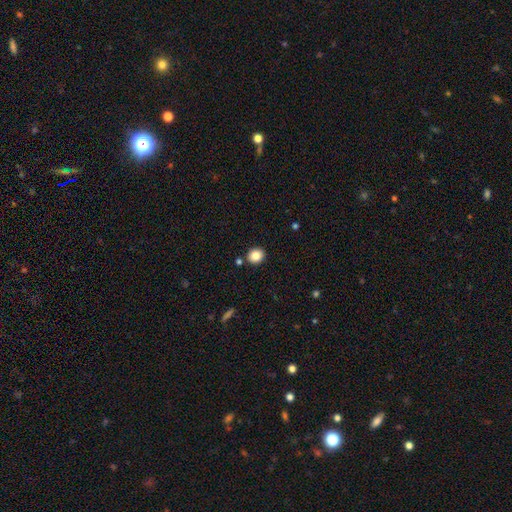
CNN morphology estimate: This is clearly a smooth galaxy (85%). How rounded: likely round (75%). Merging: clearly none (87%).